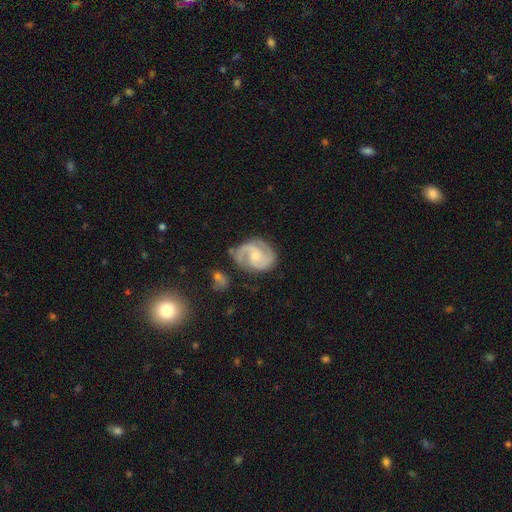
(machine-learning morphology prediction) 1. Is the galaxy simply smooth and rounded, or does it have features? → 86% featured or disk, 9% smooth, 5% star or artifact.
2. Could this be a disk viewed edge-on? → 98% no, 2% yes.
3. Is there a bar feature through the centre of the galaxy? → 48% no, 43% weak, 9% strong.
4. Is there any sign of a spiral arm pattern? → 97% yes, 3% no.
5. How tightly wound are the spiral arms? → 54% medium, 31% tight, 15% loose.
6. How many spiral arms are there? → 87% 2, 5% 3, 4% can't tell, 2% 1, 1% 4, 1% more than 4.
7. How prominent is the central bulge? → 49% small, 40% moderate, 7% none, 3% large, 1% dominant.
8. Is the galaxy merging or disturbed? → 70% none, 19% minor disturbance, 7% major disturbance, 4% merger.